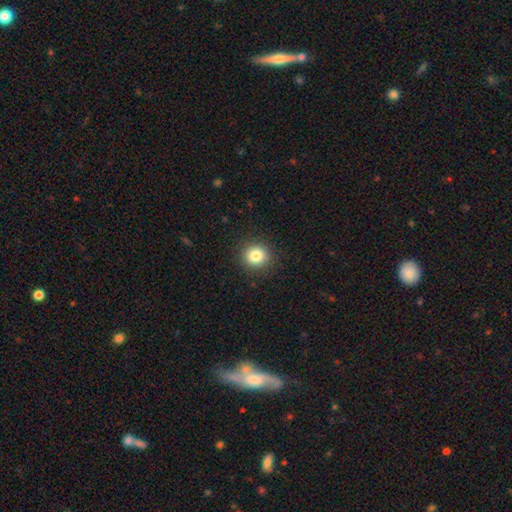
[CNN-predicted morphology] A smooth galaxy with no disk features (82%) that is round (90%).

Vote fractions:
- Smooth or featured? smooth: 82% / star or artifact: 11% / featured or disk: 7%
- How rounded? round: 90% / in between: 9% / cigar-shaped: 1%
- Merging? none: 91% / minor disturbance: 6% / major disturbance: 2% / merger: 1%